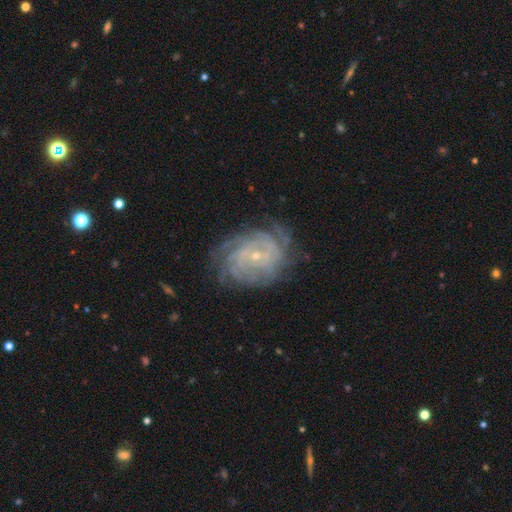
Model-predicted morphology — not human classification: Smooth or featured? Predicted: featured or disk (p=0.85). Edge-on disk? Predicted: no (p=0.97). Bar? Predicted: no (p=0.57). Spiral arms? Predicted: yes (p=0.96). Spiral winding? Predicted: tight (p=0.72). Spiral arm count? Predicted: can't tell (p=0.32). Bulge size? Predicted: small (p=0.84). Merging? Predicted: none (p=0.75).